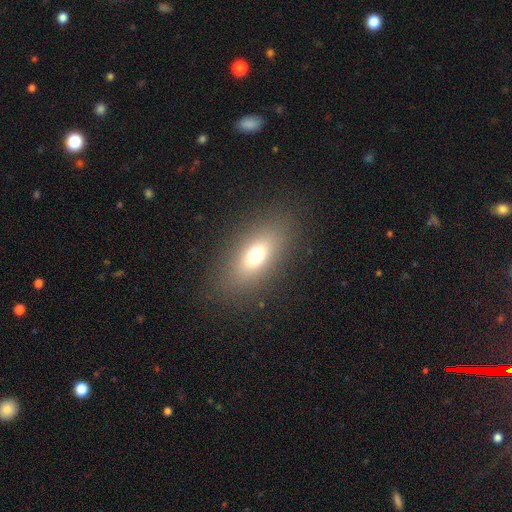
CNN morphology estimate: smooth_or_featured: smooth (p=0.67) [alt: featured or disk p=0.19]
how_rounded: in between (p=0.78) [alt: round p=0.12]
merging: none (p=0.84) [alt: minor disturbance p=0.09]